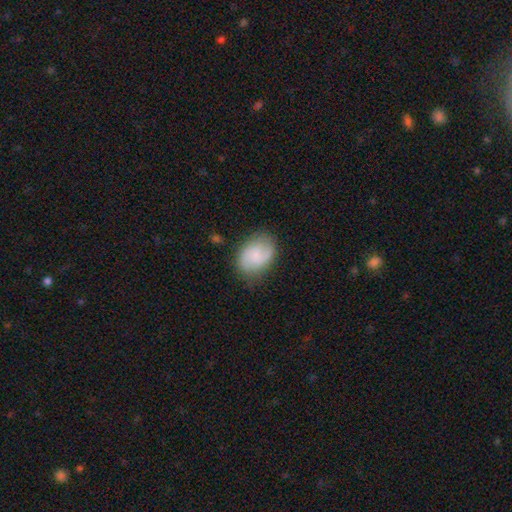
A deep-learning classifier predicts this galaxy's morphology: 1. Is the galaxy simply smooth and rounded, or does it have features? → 47% featured or disk, 45% smooth, 8% star or artifact.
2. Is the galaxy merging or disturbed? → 74% none, 18% minor disturbance, 6% major disturbance, 2% merger.